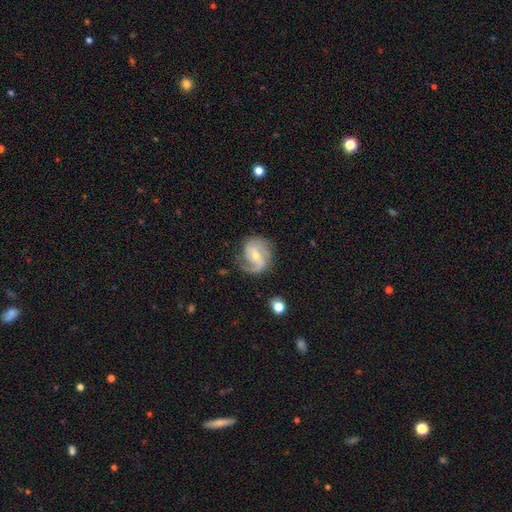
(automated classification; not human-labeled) A featured or disk galaxy (84%) with a weak bar (47%), 2 (64%) medium (48%) spiral arms (96%) and a small central bulge (54%). Merging: none (68%).